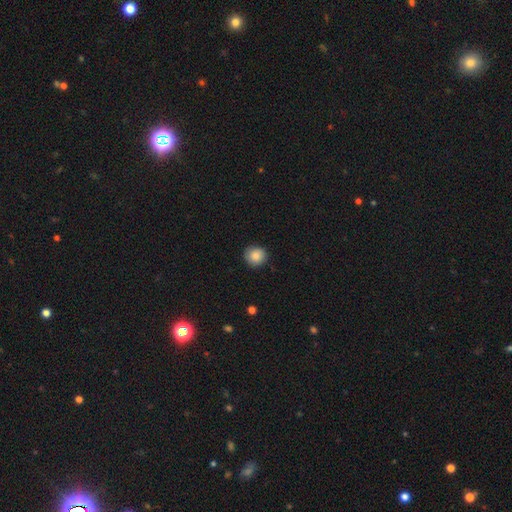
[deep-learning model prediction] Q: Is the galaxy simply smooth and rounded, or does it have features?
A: smooth — 86%.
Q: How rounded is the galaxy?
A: round — 88%.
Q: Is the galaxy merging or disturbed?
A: none — 86%.